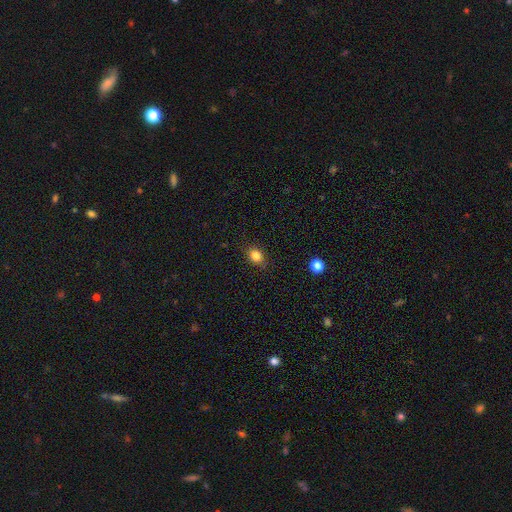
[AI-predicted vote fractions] The model was most divided on "how rounded": round: 50%, in between: 49%, cigar-shaped: 1%. More confident: merging — none (86%); smooth or featured — smooth (83%).